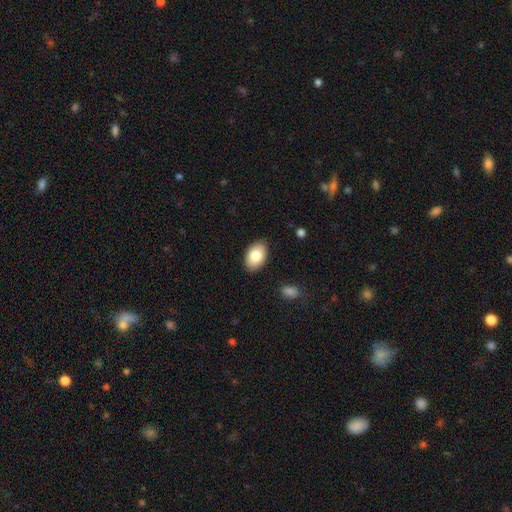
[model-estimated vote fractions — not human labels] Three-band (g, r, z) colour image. It shows a smooth galaxy with no disk features (84%) that is in between round and cigar-shaped (91%). Merging: none (86%).